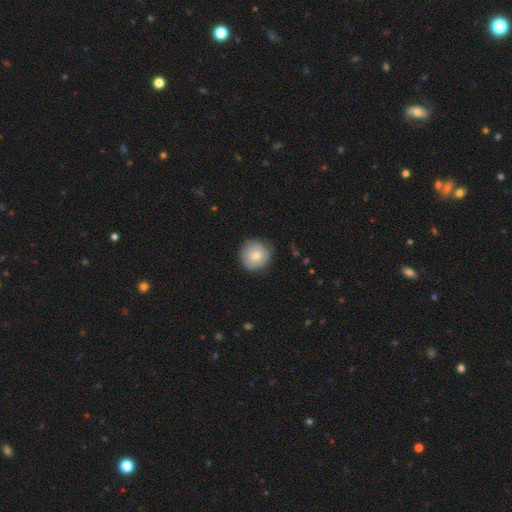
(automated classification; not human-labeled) This is likely a smooth galaxy (71%). How rounded: clearly round (93%). Merging: likely none (79%).